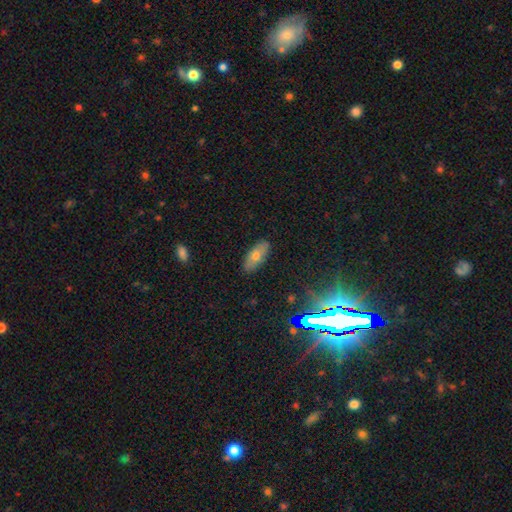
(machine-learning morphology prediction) Smooth or featured? Predicted: smooth (p=0.60). How rounded? Predicted: in between (p=0.83). Merging? Predicted: none (p=0.86).